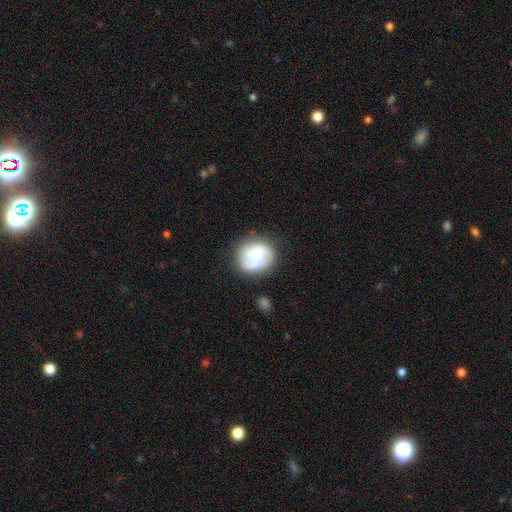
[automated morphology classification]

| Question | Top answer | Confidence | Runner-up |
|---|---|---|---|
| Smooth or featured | smooth | 51% | featured or disk (41%) |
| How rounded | round | 79% | in between (20%) |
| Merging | none | 64% | minor disturbance (22%) |